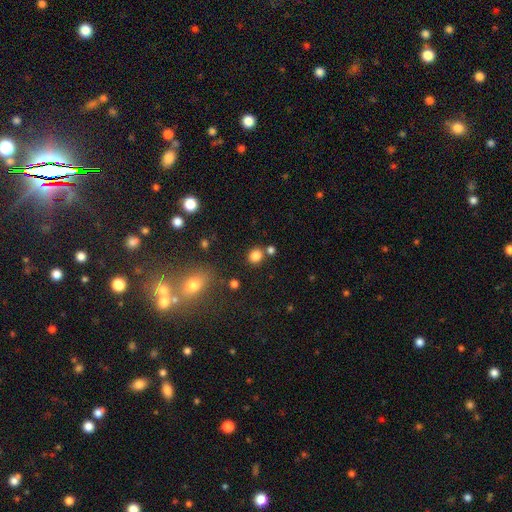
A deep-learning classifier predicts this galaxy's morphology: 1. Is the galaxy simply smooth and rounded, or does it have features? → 82% smooth, 13% star or artifact, 5% featured or disk.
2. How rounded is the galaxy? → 78% round, 21% in between, 1% cigar-shaped.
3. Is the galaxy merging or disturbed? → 78% none, 10% merger, 9% minor disturbance, 3% major disturbance.